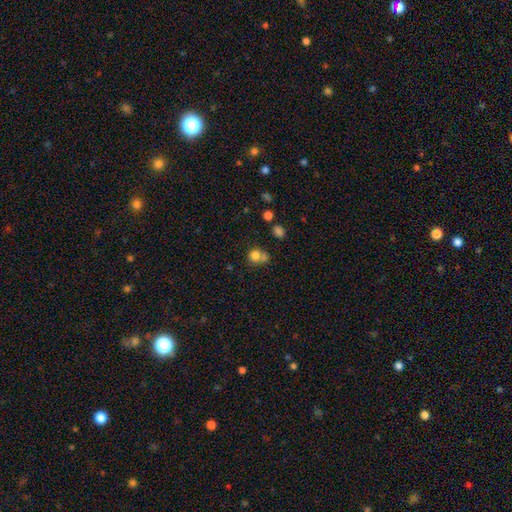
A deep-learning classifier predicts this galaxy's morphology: The model was most divided on "merging": none: 42%, merger: 39%, minor disturbance: 12%, major disturbance: 6%. More confident: how rounded — round (79%); smooth or featured — smooth (77%).